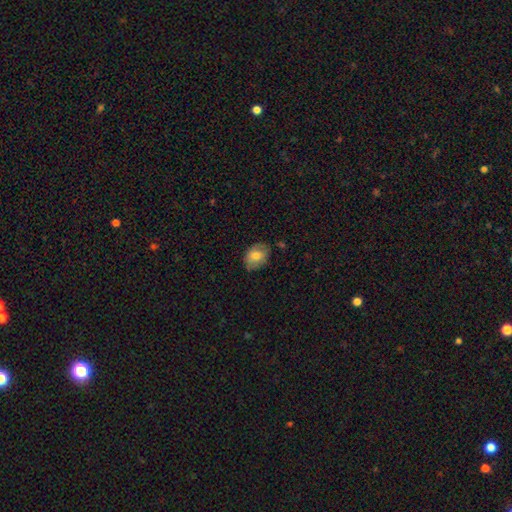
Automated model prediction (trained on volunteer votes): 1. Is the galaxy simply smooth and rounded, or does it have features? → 74% smooth, 18% featured or disk, 8% star or artifact.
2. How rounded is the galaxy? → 70% in between, 29% round, 1% cigar-shaped.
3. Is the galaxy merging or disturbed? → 73% none, 21% minor disturbance, 4% major disturbance, 2% merger.